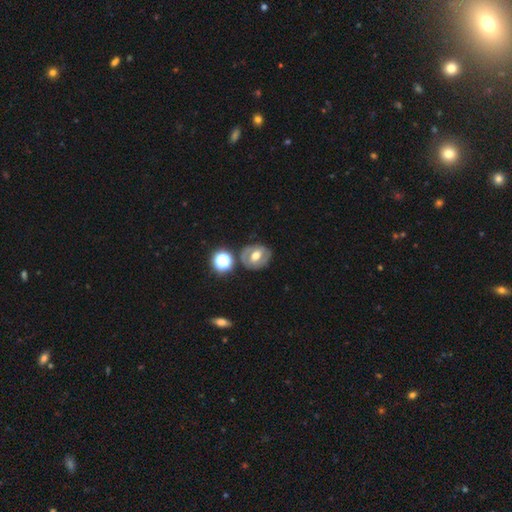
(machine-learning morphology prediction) The model was most divided on "bar": no: 40%, weak: 39%, strong: 21%. More confident: edge-on disk — no (95%); merging — none (74%); bulge size — moderate (70%); smooth or featured — featured or disk (55%); spiral arms — no (52%).